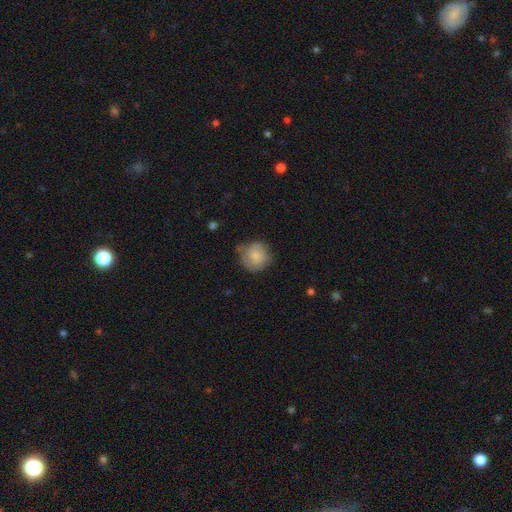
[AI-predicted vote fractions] Smooth or featured? smooth (81%)
How rounded? round (90%)
Merging? none (67%)